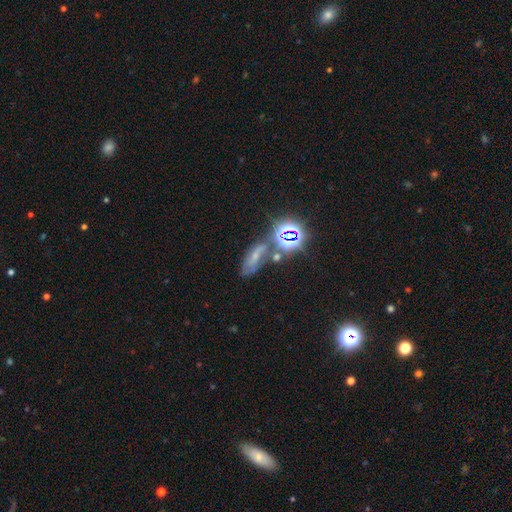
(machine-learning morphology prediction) star or artifact 38%, smooth 34%, featured or disk 28%.